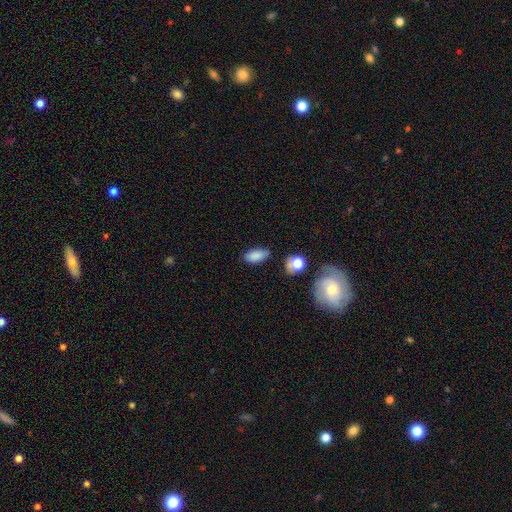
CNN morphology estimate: Smooth or featured: smooth — 85% (star or artifact — 9%)
How rounded: in between — 90% (cigar-shaped — 5%)
Merging: none — 71% (minor disturbance — 20%)